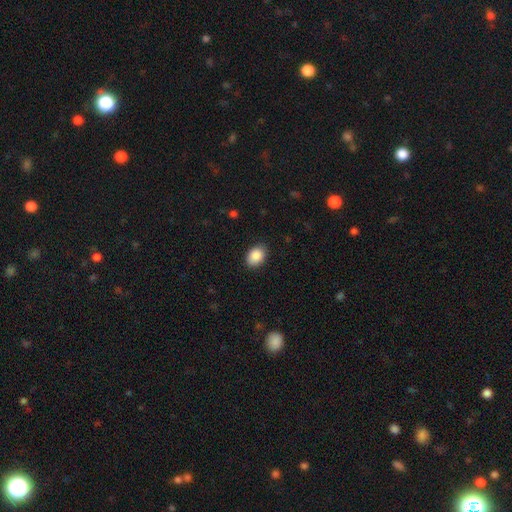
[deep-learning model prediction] The model was most divided on "how rounded": in between: 77%, round: 22%, cigar-shaped: 1%. More confident: smooth or featured — smooth (89%); merging — none (87%).